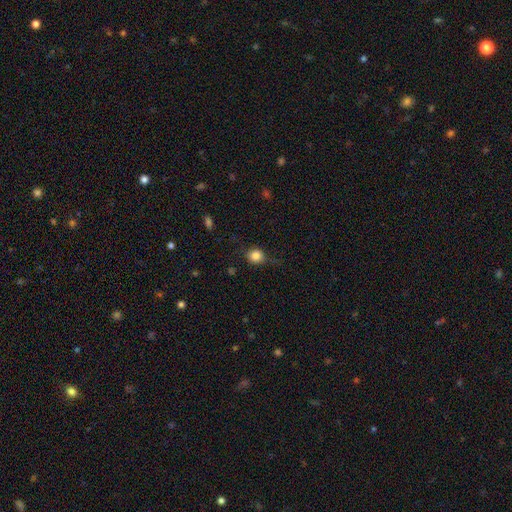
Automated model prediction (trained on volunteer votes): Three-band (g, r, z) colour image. It shows a smooth galaxy with no disk features (82%) that is round (81%). Merging: none (70%).